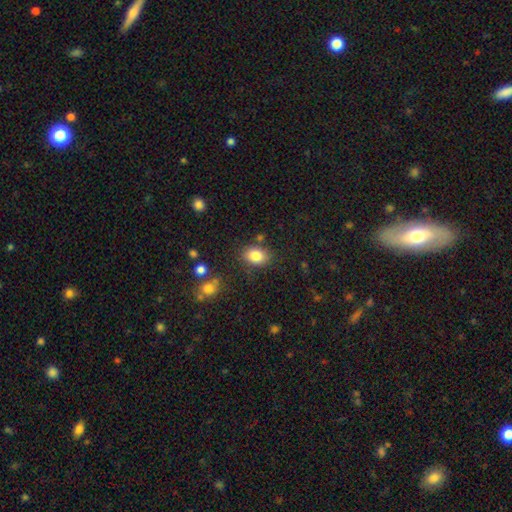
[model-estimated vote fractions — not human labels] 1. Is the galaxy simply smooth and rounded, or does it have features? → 84% smooth, 9% star or artifact, 7% featured or disk.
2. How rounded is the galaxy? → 71% in between, 28% round, 1% cigar-shaped.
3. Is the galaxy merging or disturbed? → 78% none, 14% minor disturbance, 4% merger, 4% major disturbance.